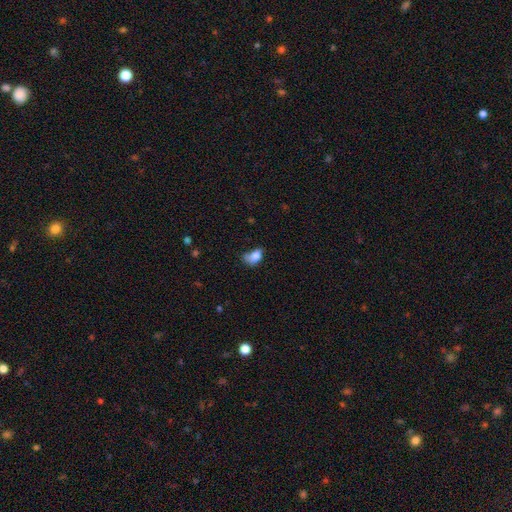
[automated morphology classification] This appears to be a smooth galaxy with no disk features (79%) that is in between round and cigar-shaped (84%). Merging: minor disturbance (37%).